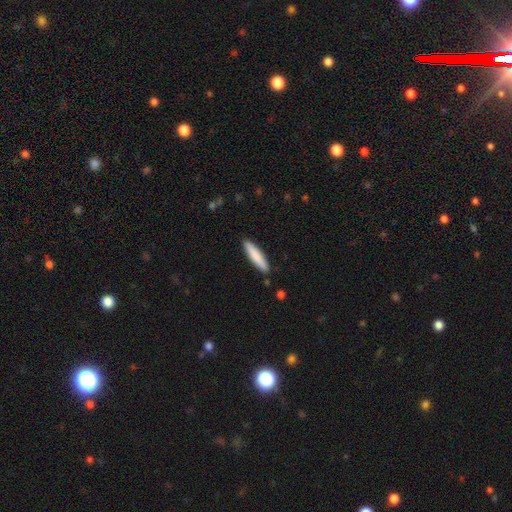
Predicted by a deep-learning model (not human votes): Smooth or featured?
  - smooth: 83% *
  - featured or disk: 11%
  - star or artifact: 5%
How rounded?
  - cigar-shaped: 84% *
  - in between: 15%
  - round: 1%
Merging?
  - none: 89% *
  - minor disturbance: 8%
  - major disturbance: 1%
  - merger: 1%